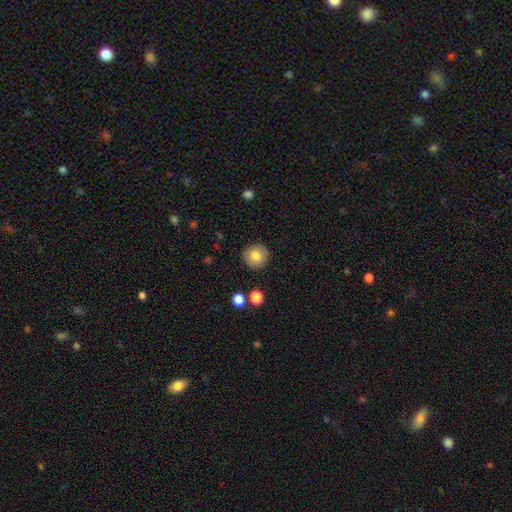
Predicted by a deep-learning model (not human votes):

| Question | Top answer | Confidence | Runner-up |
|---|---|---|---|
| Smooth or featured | smooth | 81% | featured or disk (10%) |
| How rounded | round | 93% | in between (6%) |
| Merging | none | 90% | minor disturbance (7%) |